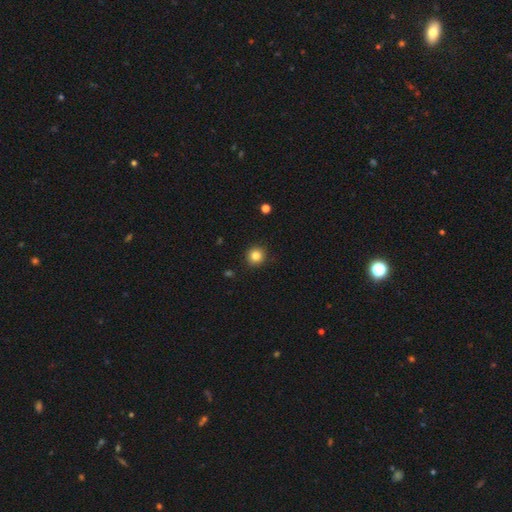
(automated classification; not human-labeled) Q: Smooth or featured?
A: smooth (83%); runner-up: star or artifact (11%)
Q: How rounded?
A: round (93%); runner-up: in between (6%)
Q: Merging?
A: none (91%); runner-up: minor disturbance (6%)